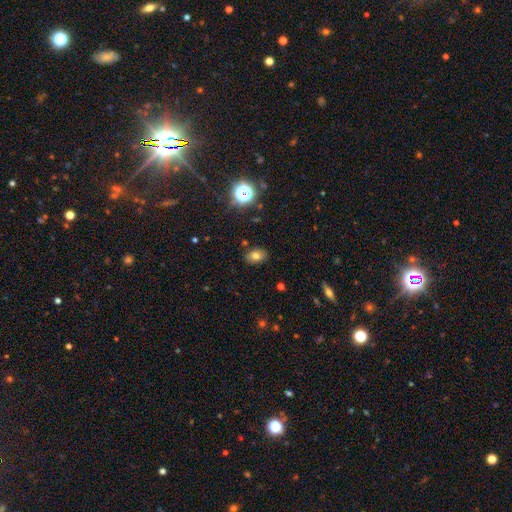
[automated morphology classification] Smooth or featured? smooth (75%)
How rounded? in between (78%)
Merging? none (85%)